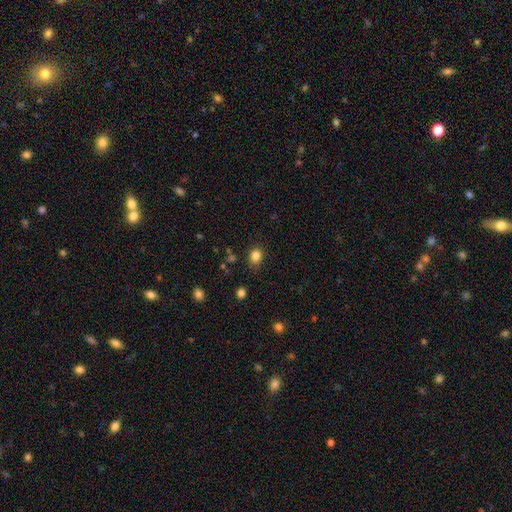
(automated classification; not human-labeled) Smooth or featured?
  - smooth: 84% *
  - star or artifact: 12%
  - featured or disk: 5%
How rounded?
  - round: 50% *
  - in between: 49%
  - cigar-shaped: 1%
Merging?
  - none: 77% *
  - minor disturbance: 17%
  - major disturbance: 4%
  - merger: 2%